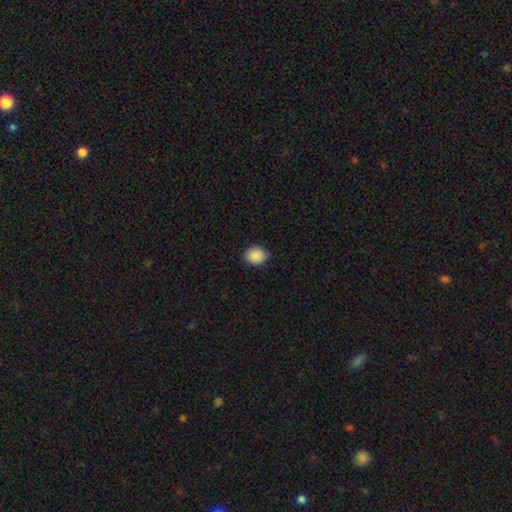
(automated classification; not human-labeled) Smooth or featured: smooth — 89% (star or artifact — 8%)
How rounded: round — 58% (in between — 41%)
Merging: none — 84% (minor disturbance — 13%)